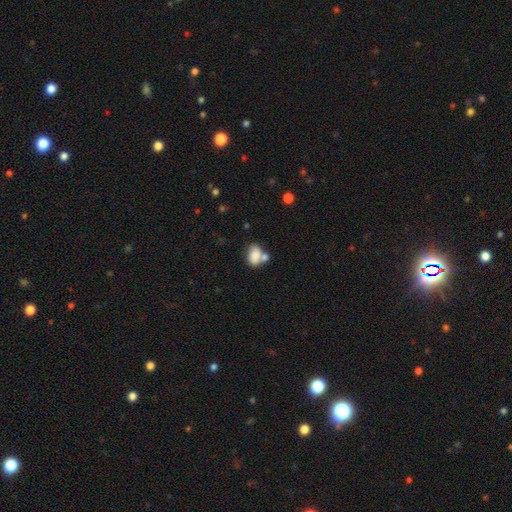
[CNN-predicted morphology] This is clearly a smooth galaxy (80%). How rounded: clearly in between (82%). Merging: marginally merger (43%).